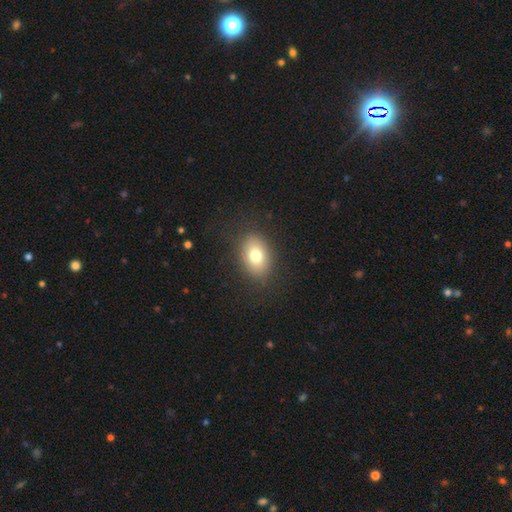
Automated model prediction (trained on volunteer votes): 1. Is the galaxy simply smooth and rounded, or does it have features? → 76% smooth, 14% featured or disk, 10% star or artifact.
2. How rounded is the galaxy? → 78% in between, 21% round, 1% cigar-shaped.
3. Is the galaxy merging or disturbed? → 84% none, 10% minor disturbance, 4% major disturbance, 1% merger.